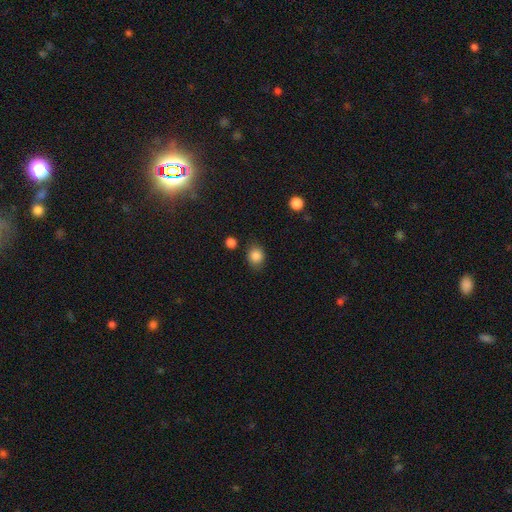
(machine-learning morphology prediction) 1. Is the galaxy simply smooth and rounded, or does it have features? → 86% smooth, 10% star or artifact, 4% featured or disk.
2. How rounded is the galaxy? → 66% round, 33% in between, 1% cigar-shaped.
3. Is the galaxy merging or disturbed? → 79% none, 15% minor disturbance, 4% major disturbance, 3% merger.